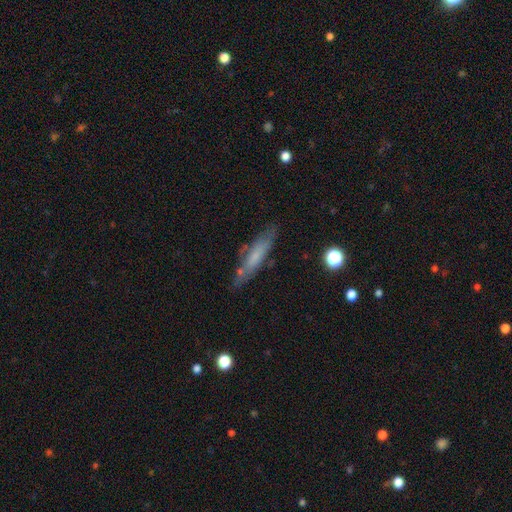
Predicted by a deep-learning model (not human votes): Smooth or featured? smooth (53%)
How rounded? cigar-shaped (77%)
Merging? none (72%)